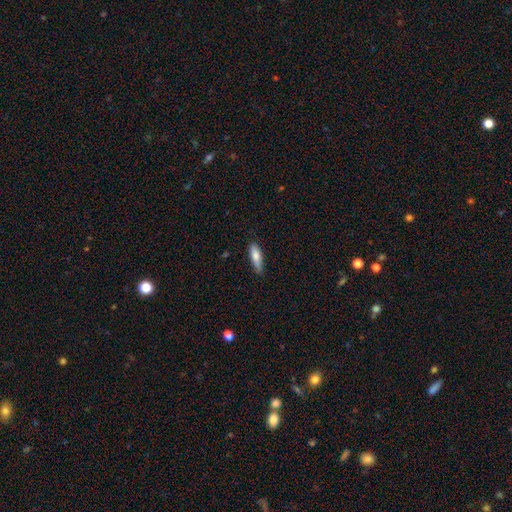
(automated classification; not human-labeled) Overall: smooth (76%). How rounded: cigar-shaped (54%; in between 44%). Merging: none (73%).